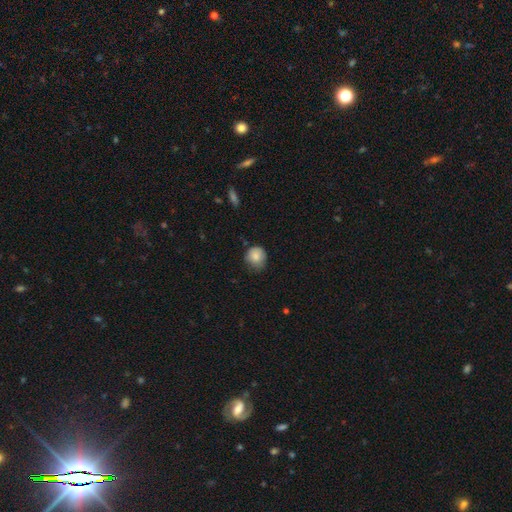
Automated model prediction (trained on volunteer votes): A smooth galaxy with no disk features (84%) that is round (84%). Merging: none (59%).